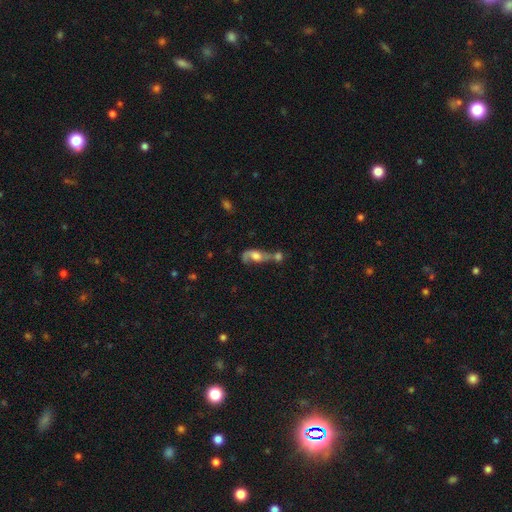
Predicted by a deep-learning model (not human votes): Smooth or featured?
  - featured or disk: 58% *
  - smooth: 32%
  - star or artifact: 10%
Edge-on disk?
  - no: 88% *
  - yes: 12%
Bar?
  - no: 67% *
  - weak: 26%
  - strong: 7%
Spiral arms?
  - yes: 78% *
  - no: 22%
Bulge size?
  - moderate: 38% *
  - large: 37%
  - small: 12%
  - none: 9%
  - dominant: 5%
Merging?
  - merger: 56% *
  - none: 20%
  - major disturbance: 14%
  - minor disturbance: 10%